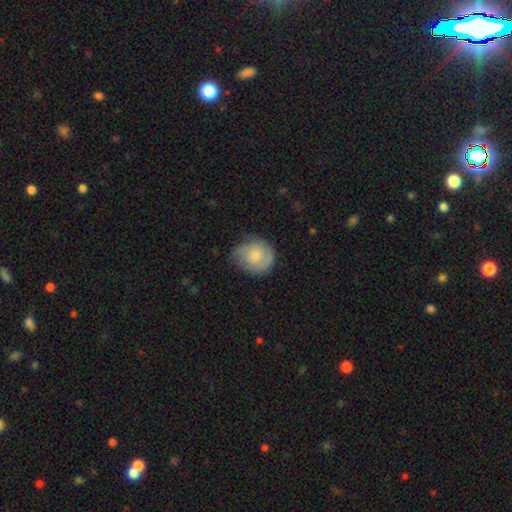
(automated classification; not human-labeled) A smooth galaxy with no disk features (49%).

Vote fractions:
- Smooth or featured? smooth: 49% / featured or disk: 44% / star or artifact: 7%
- Merging? none: 62% / minor disturbance: 28% / major disturbance: 10% / merger: 1%